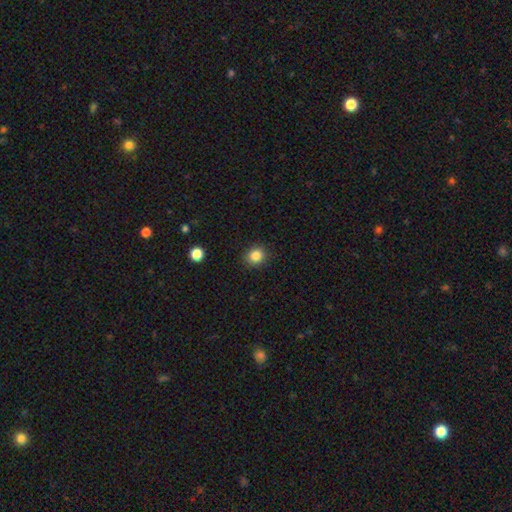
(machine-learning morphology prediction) Smooth or featured? Predicted: smooth (p=0.85). How rounded? Predicted: round (p=0.78). Merging? Predicted: none (p=0.90).